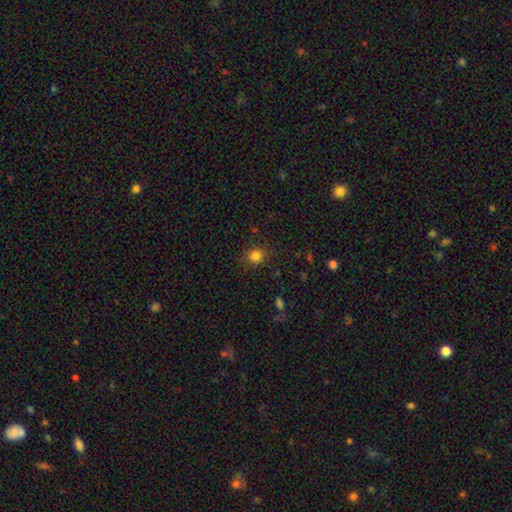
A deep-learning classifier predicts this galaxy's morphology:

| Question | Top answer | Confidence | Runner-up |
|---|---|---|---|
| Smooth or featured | smooth | 82% | star or artifact (13%) |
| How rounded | round | 76% | in between (23%) |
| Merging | none | 86% | minor disturbance (10%) |